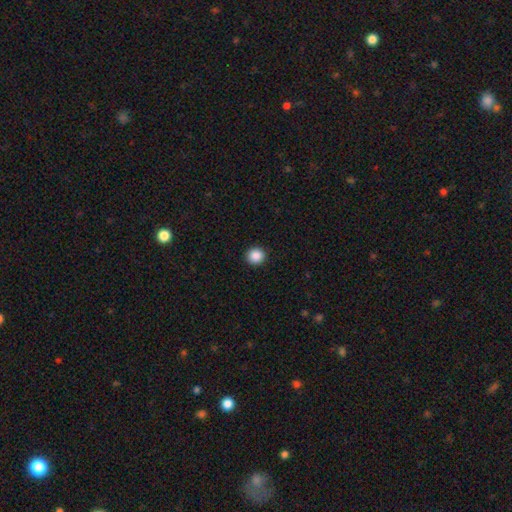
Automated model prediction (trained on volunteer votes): This is clearly a smooth galaxy (88%). How rounded: clearly round (93%). Merging: clearly none (93%).